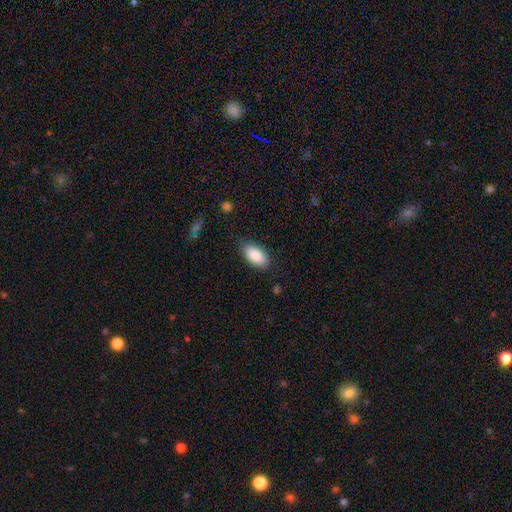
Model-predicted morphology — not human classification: A smooth galaxy with no disk features (89%) that is in between round and cigar-shaped (94%). Merging: none (82%).